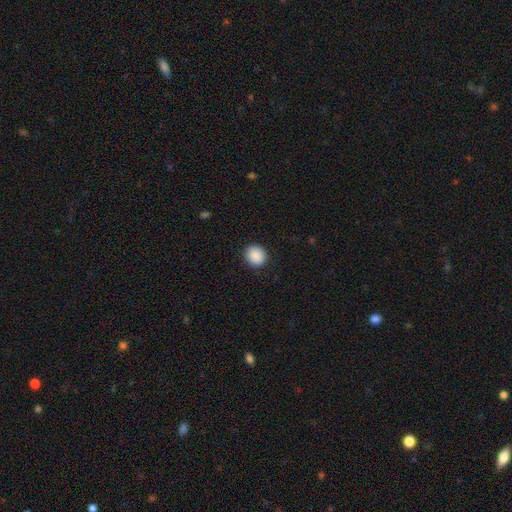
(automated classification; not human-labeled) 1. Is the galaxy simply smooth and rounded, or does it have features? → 90% smooth, 7% star or artifact, 2% featured or disk.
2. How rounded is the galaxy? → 77% round, 22% in between, 1% cigar-shaped.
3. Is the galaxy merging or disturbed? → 90% none, 7% minor disturbance, 2% major disturbance, 1% merger.